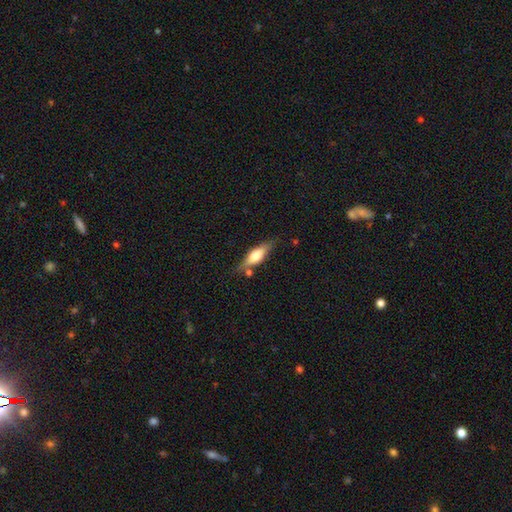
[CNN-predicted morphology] The model was most divided on "smooth or featured" (2-way tie): featured or disk: 47%, smooth: 47%, star or artifact: 7%. More confident: merging — none (72%).